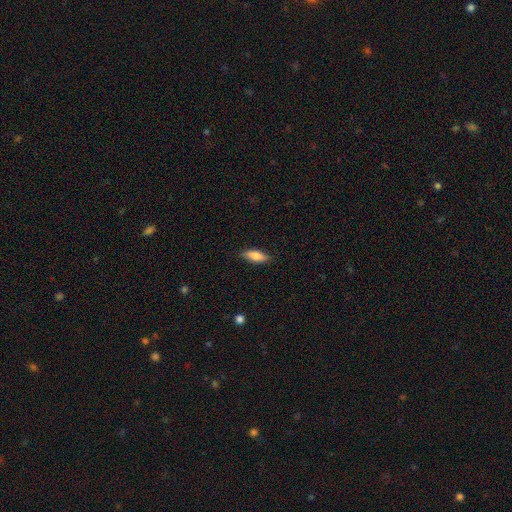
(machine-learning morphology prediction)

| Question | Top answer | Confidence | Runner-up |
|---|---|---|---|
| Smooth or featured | smooth | 79% | featured or disk (14%) |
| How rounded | in between | 68% | cigar-shaped (29%) |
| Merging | none | 83% | minor disturbance (13%) |